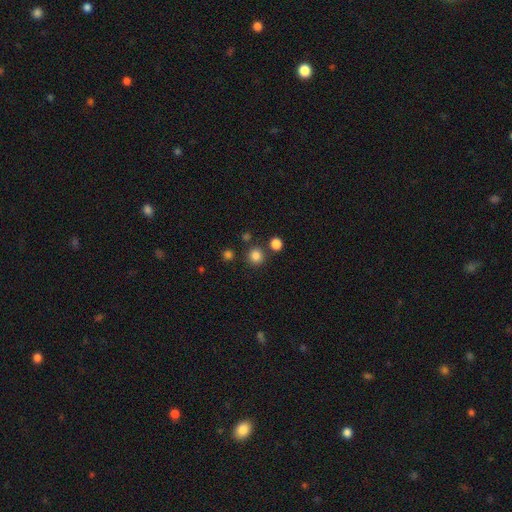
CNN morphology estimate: smooth 83%, star or artifact 13%, featured or disk 4%. Down the decision tree: how rounded — round (93%); merging — none (83%).